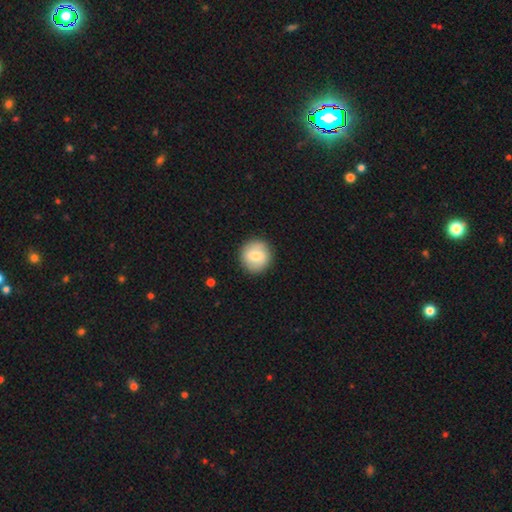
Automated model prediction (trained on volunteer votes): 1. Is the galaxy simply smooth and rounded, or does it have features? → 69% smooth, 24% featured or disk, 7% star or artifact.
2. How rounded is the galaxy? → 92% round, 7% in between, 1% cigar-shaped.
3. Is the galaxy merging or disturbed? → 90% none, 7% minor disturbance, 2% major disturbance, 1% merger.